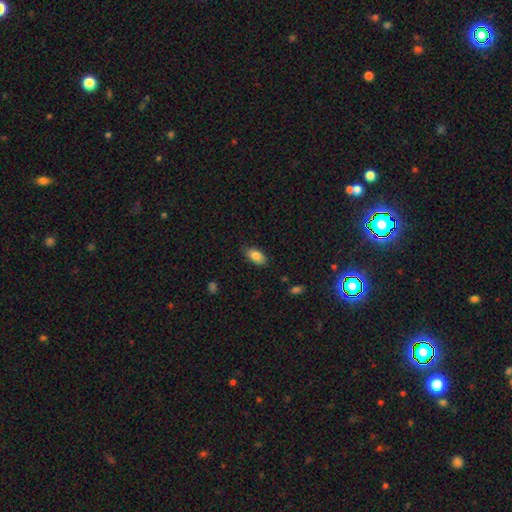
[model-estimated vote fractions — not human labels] Overall: smooth (83%). How rounded: in between (92%). Merging: none (83%).